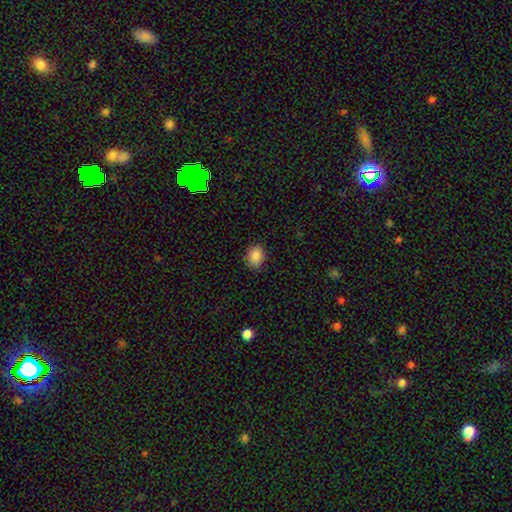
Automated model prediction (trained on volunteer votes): Smooth or featured?
  - smooth: 86% *
  - star or artifact: 9%
  - featured or disk: 5%
How rounded?
  - in between: 60% *
  - round: 39%
  - cigar-shaped: 1%
Merging?
  - none: 87% *
  - minor disturbance: 9%
  - major disturbance: 2%
  - merger: 1%